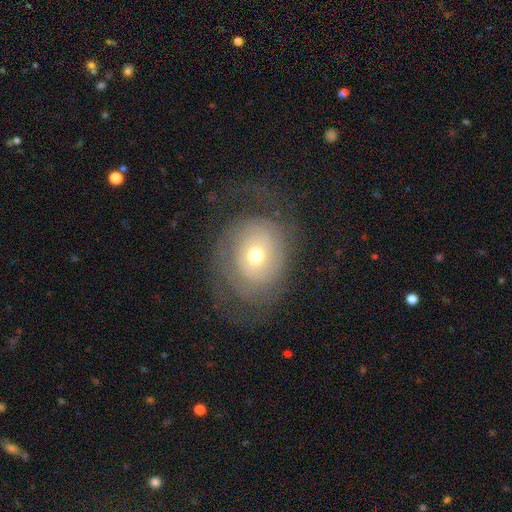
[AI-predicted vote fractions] This appears to be a featured or disk galaxy (64%) with no bar (82%), spiral arms (72%) and a moderate central bulge (54%). Merging: none (59%).